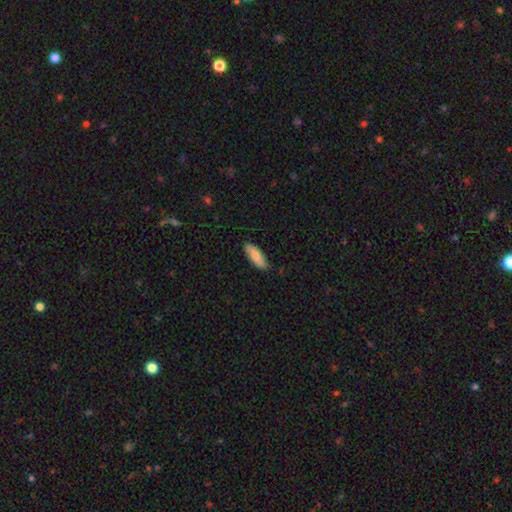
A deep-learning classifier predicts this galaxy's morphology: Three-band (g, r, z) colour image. It shows a smooth galaxy with no disk features (83%) that is in between round and cigar-shaped (64%). Merging: none (84%).